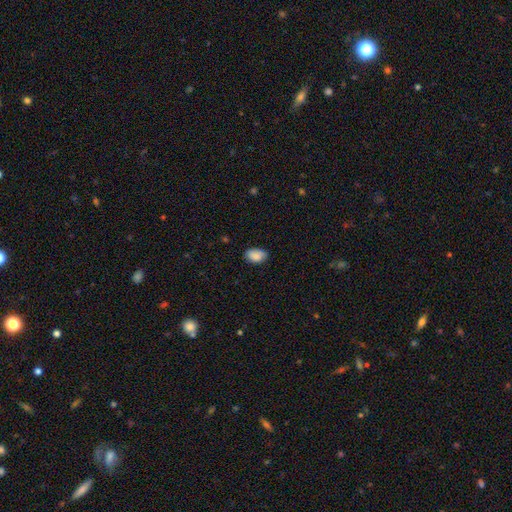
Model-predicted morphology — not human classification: This is clearly a smooth galaxy (89%). How rounded: clearly in between (90%). Merging: likely none (79%).